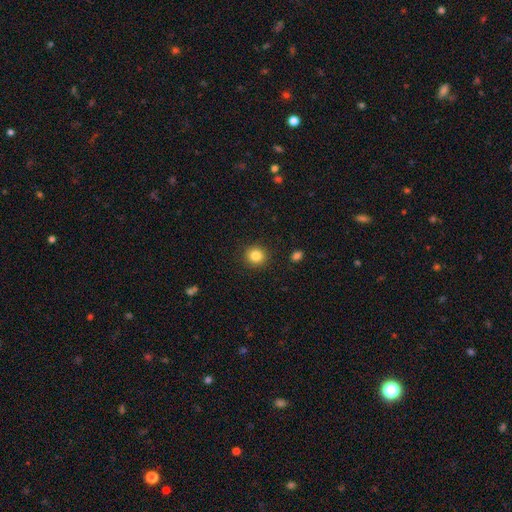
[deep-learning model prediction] smooth_or_featured: smooth (p=0.84) [alt: star or artifact p=0.11]
how_rounded: round (p=0.90) [alt: in between p=0.09]
merging: none (p=0.91) [alt: minor disturbance p=0.06]